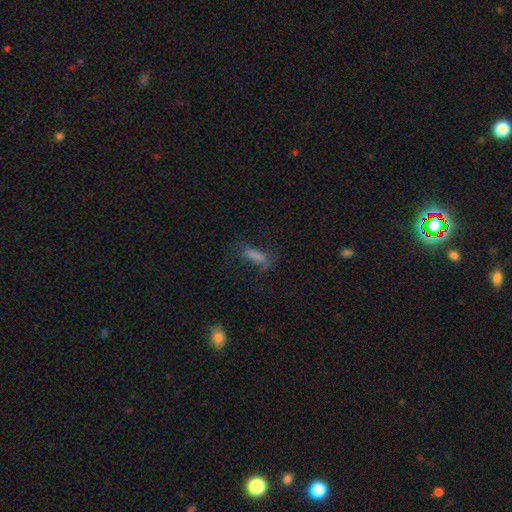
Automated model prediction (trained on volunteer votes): This appears to be a smooth galaxy with no disk features (66%) that is cigar-shaped (57%). Merging: none (58%).